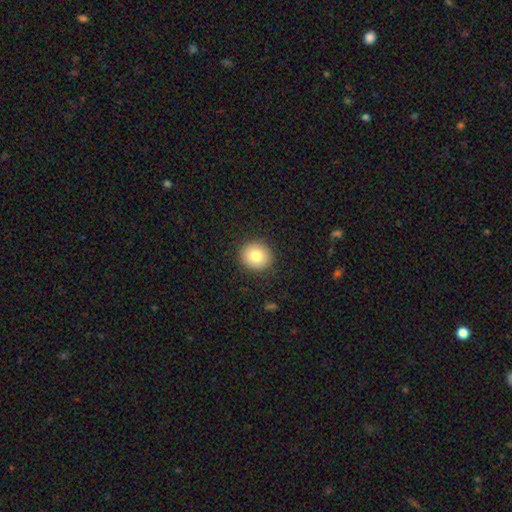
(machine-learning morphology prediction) type=smooth (81%); roundness=round (86%); merging=none (90%).